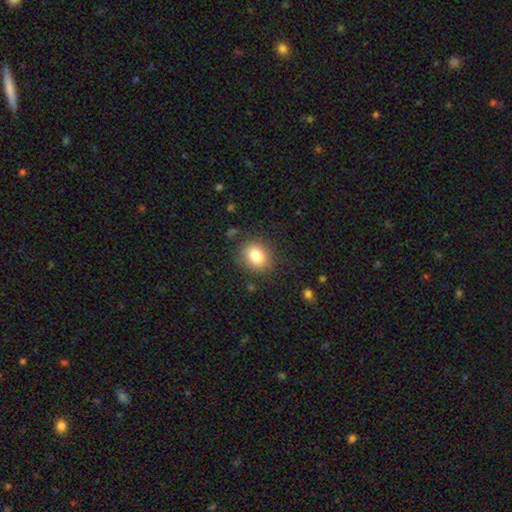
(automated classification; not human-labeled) smooth-or-featured: smooth: 81% | star or artifact: 11% | featured or disk: 8%
  how-rounded: round: 73% | in between: 26% | cigar-shaped: 1%
  merging: none: 85% | minor disturbance: 10% | major disturbance: 3% | merger: 2%